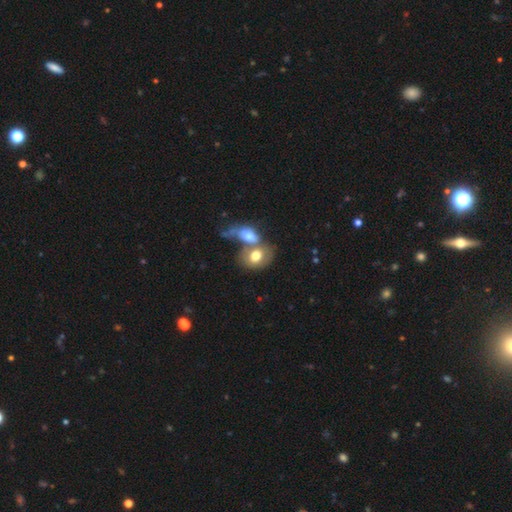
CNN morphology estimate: smooth_or_featured: smooth (p=0.67) [alt: featured or disk p=0.26]
how_rounded: in between (p=0.70) [alt: round p=0.29]
merging: merger (p=0.66) [alt: none p=0.20]